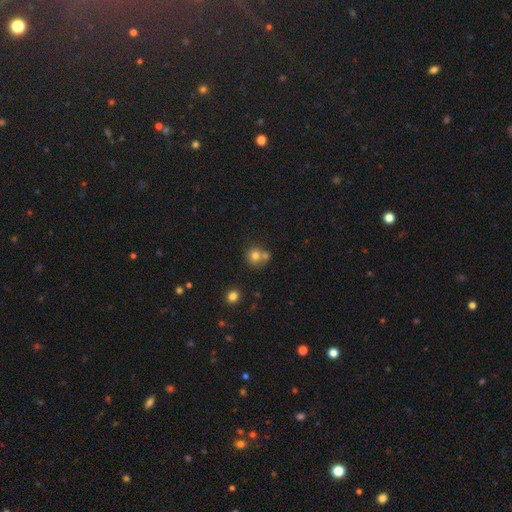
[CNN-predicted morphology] Overall: smooth (75%). How rounded: round (86%). Merging: none (50%; merger 39%).